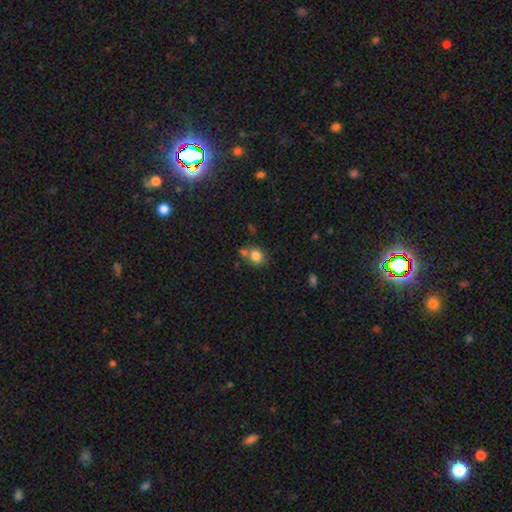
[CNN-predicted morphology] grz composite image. It shows a smooth galaxy with no disk features (81%) that is round (61%). Merging: none (55%).